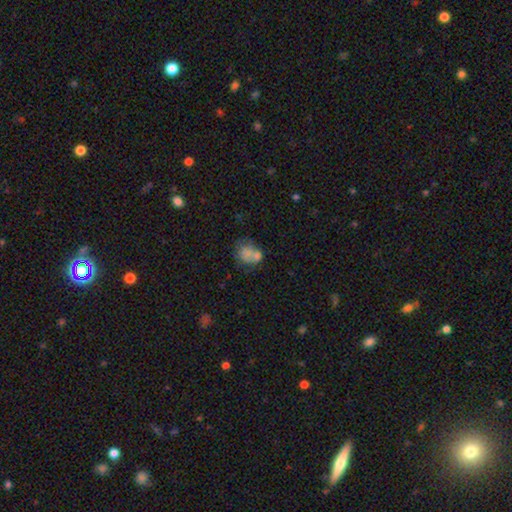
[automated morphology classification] Smooth or featured?
  - smooth: 68% *
  - featured or disk: 22%
  - star or artifact: 10%
How rounded?
  - round: 57% *
  - in between: 42%
  - cigar-shaped: 1%
Merging?
  - merger: 46% *
  - none: 29%
  - minor disturbance: 15%
  - major disturbance: 10%